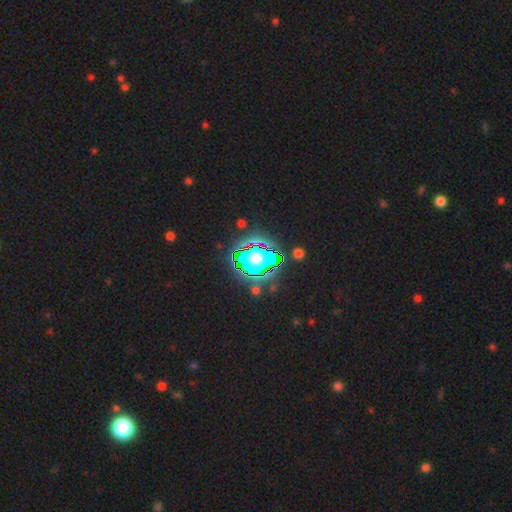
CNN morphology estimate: Smooth or featured? Predicted: star or artifact (p=0.70).